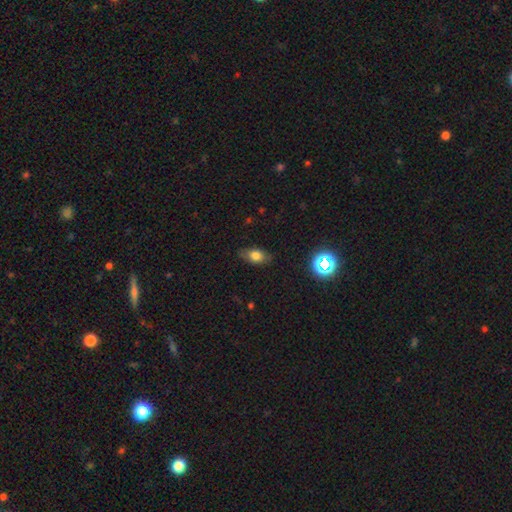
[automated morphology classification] Smooth or featured?
  - smooth: 73% *
  - featured or disk: 15%
  - star or artifact: 13%
How rounded?
  - in between: 83% *
  - round: 12%
  - cigar-shaped: 5%
Merging?
  - none: 79% *
  - minor disturbance: 16%
  - major disturbance: 3%
  - merger: 1%